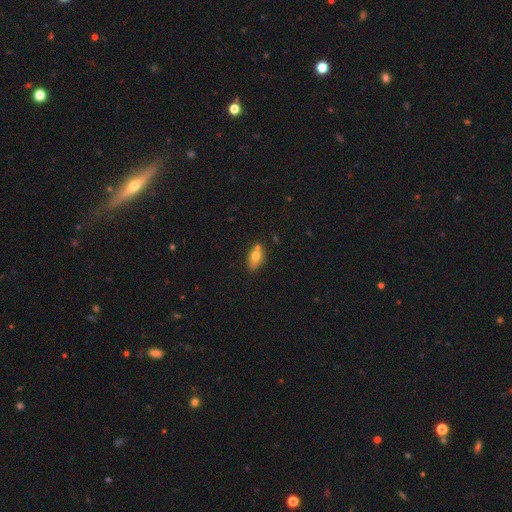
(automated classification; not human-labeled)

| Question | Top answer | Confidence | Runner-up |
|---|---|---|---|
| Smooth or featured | smooth | 70% | featured or disk (21%) |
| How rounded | in between | 82% | round (12%) |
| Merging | none | 57% | merger (20%) |